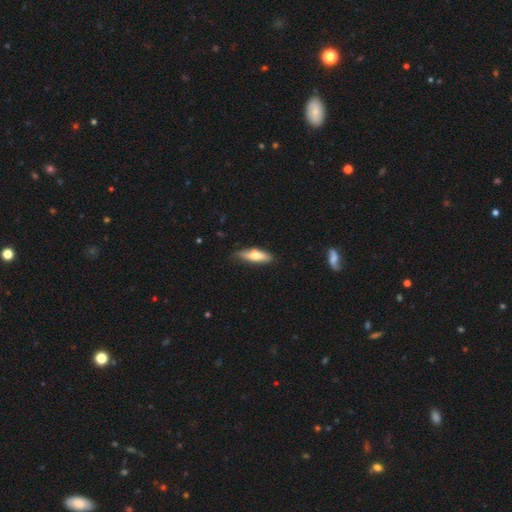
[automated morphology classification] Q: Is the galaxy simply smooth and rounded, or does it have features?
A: smooth — 66%.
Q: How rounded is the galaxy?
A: cigar-shaped — 50%.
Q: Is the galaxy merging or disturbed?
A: none — 76%.